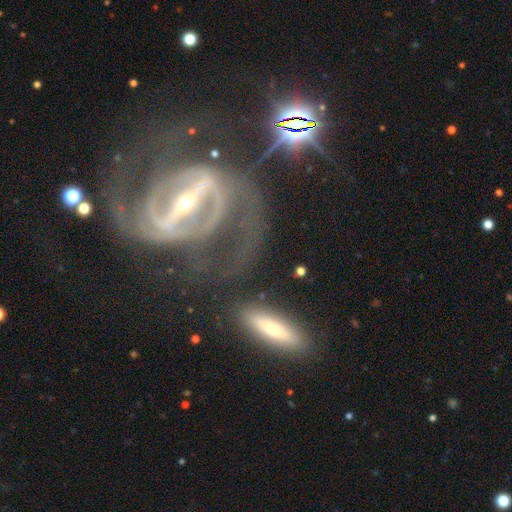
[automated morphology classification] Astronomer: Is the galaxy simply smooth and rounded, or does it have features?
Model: featured or disk — 86%.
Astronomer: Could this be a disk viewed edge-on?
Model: no — 84%.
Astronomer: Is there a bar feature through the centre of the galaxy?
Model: strong — 79%.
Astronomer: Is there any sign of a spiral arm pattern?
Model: yes — 89%.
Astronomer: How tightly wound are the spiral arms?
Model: tight — 42%, tied with medium at 42%.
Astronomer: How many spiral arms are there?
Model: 2 — 73%.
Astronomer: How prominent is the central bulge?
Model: small — 59%.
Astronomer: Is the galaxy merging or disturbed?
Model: none — 56%.